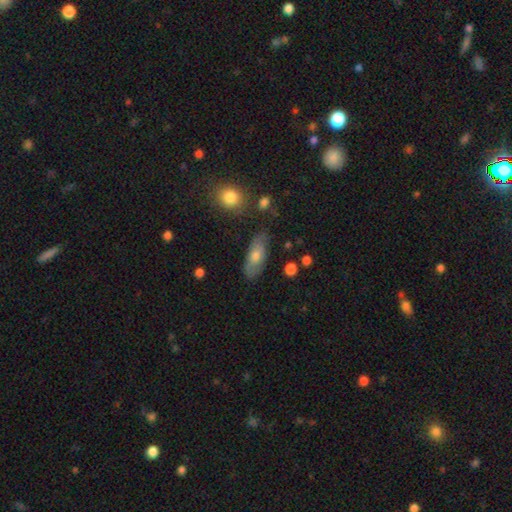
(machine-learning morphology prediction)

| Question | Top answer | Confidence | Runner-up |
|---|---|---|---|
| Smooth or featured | smooth | 63% | featured or disk (30%) |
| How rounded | in between | 82% | cigar-shaped (14%) |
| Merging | none | 77% | minor disturbance (17%) |